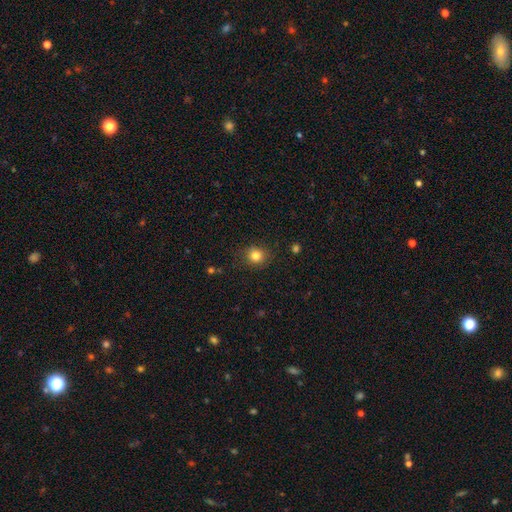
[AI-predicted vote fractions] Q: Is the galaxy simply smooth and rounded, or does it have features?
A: smooth — 83%.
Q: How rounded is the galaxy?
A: round — 83%.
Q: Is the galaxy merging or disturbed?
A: none — 86%.